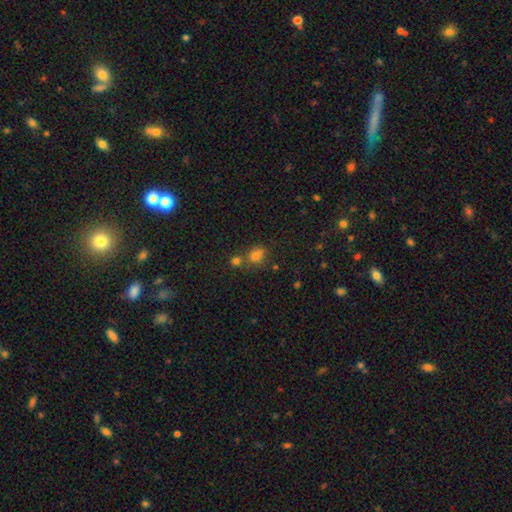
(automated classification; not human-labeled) smooth 71%, star or artifact 21%, featured or disk 8%. Down the decision tree: how rounded — round (71%); merging — none (55%).